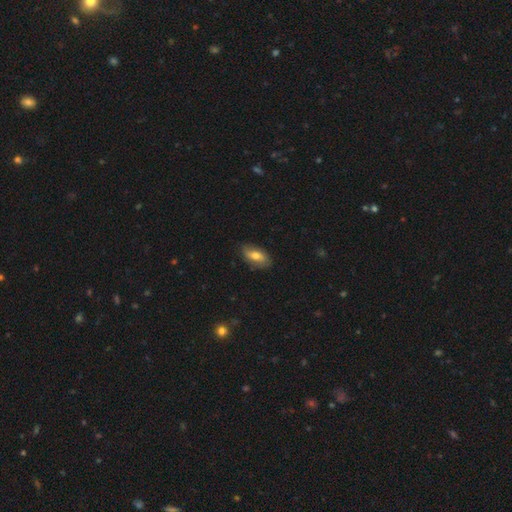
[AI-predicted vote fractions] smooth 63%, featured or disk 30%, star or artifact 7%. Down the decision tree: how rounded — in between (86%); merging — none (80%).